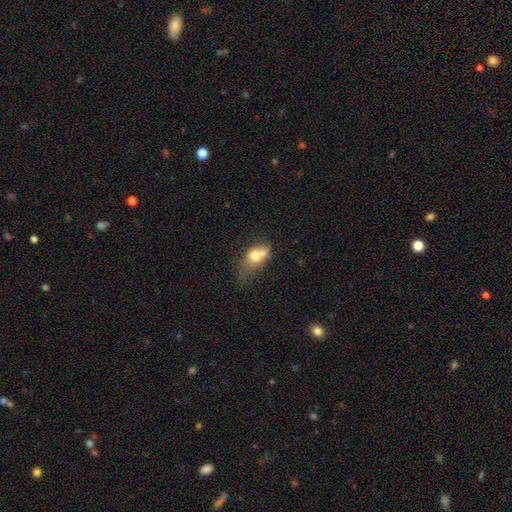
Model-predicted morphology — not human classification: A smooth galaxy with no disk features (69%) that is in between round and cigar-shaped (61%). Merging: merger (52%).